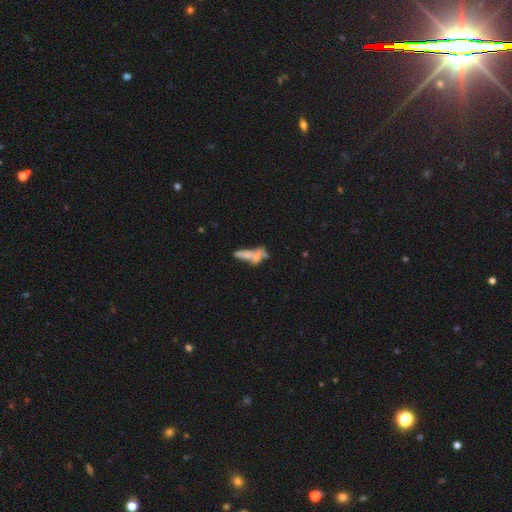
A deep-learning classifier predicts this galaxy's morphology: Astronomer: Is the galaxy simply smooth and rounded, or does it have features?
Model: smooth — 45% (runner-up: featured or disk, 40%).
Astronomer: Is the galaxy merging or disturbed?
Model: merger — 49% (runner-up: none, 26%).